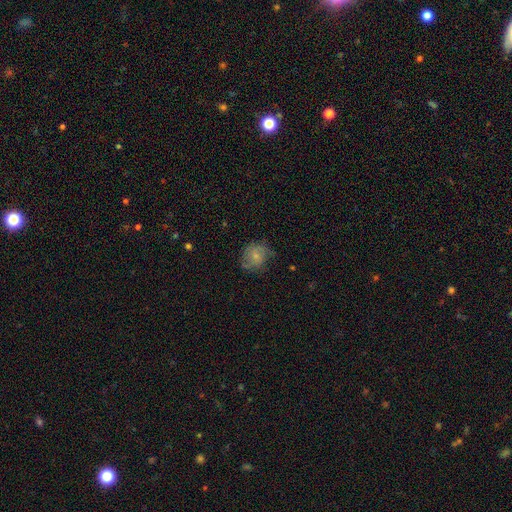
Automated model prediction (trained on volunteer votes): A smooth galaxy with no disk features (54%) that is round (74%). Merging: none (61%).